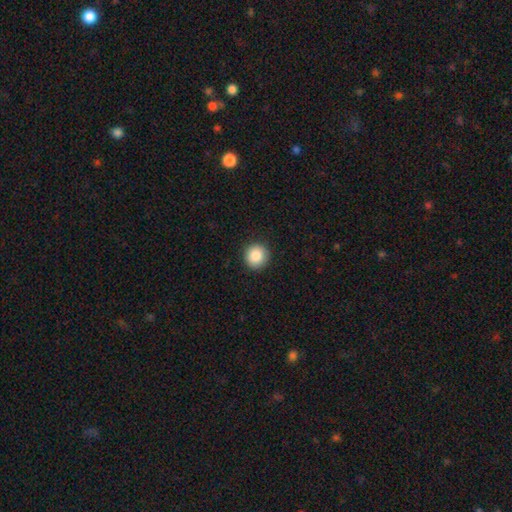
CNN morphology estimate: smooth_or_featured: smooth (p=0.88) [alt: star or artifact p=0.08]
how_rounded: round (p=0.94) [alt: in between p=0.05]
merging: none (p=0.92) [alt: minor disturbance p=0.06]